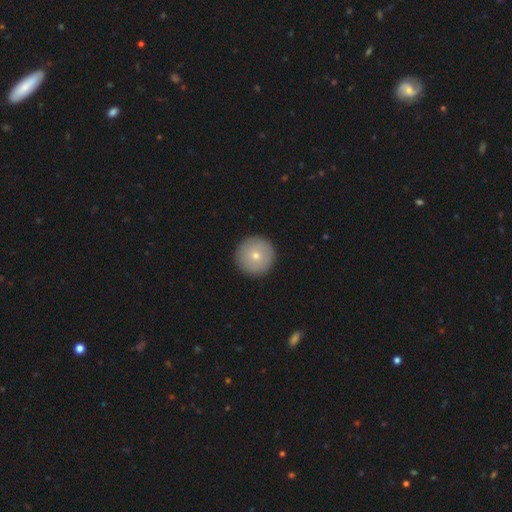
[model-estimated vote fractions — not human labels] Overall: smooth (73%). How rounded: round (96%). Merging: none (92%).